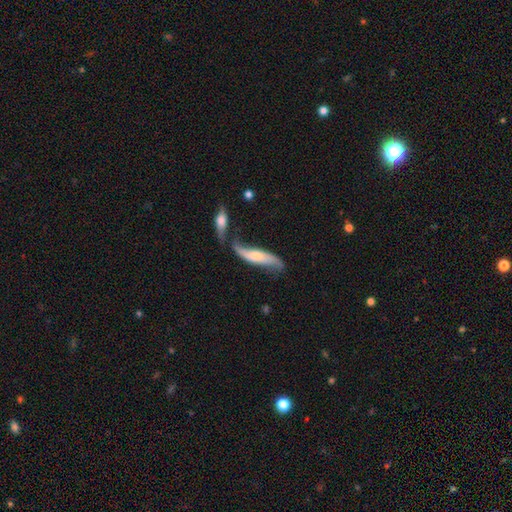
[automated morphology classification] type=featured or disk (61%); edge-on=no (64%); merging=none (37%).